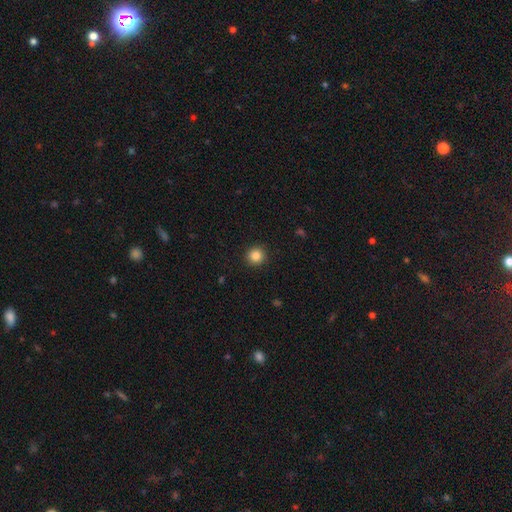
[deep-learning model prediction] Morphology: type=smooth (85%); roundness=round (94%); merging=none (92%).